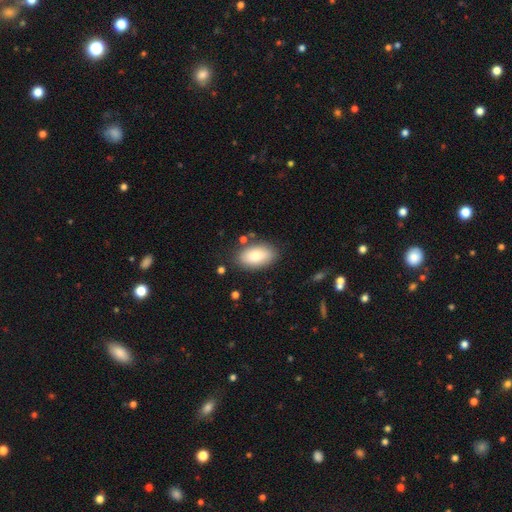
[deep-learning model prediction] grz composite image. It shows a smooth galaxy with no disk features (85%) that is in between round and cigar-shaped (94%). Merging: none (81%).